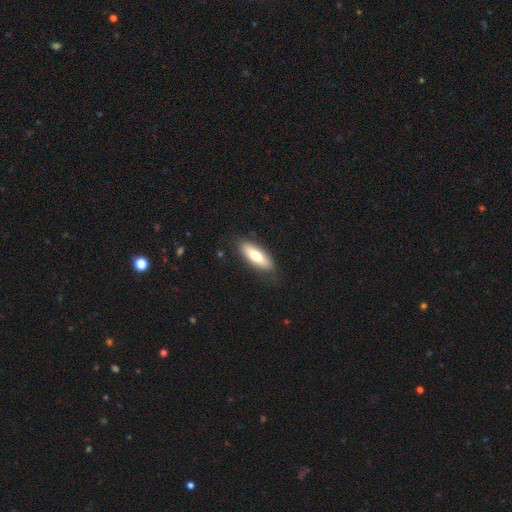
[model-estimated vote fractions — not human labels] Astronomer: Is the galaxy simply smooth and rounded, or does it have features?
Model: smooth — 74%.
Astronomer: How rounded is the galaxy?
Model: in between — 63%.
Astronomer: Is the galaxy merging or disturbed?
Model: none — 83%.